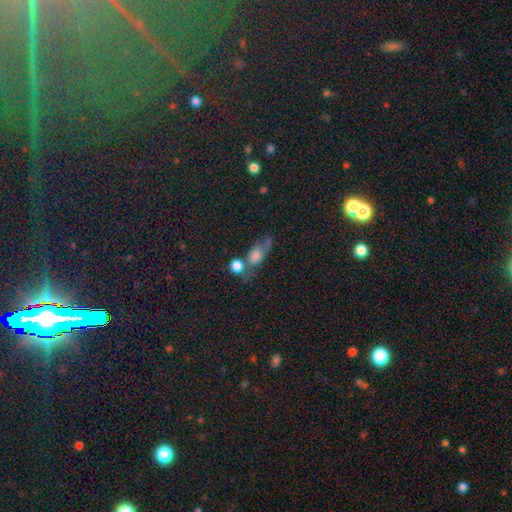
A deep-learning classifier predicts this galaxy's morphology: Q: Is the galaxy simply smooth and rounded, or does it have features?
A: smooth — 48%.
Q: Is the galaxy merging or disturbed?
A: none — 45%.